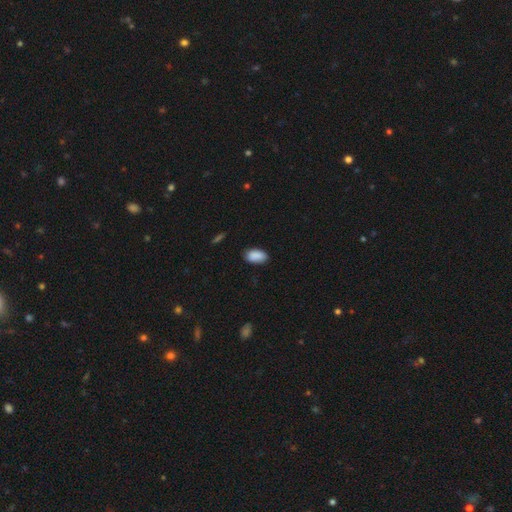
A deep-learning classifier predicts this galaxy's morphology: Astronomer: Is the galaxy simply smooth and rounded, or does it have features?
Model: smooth — 90%.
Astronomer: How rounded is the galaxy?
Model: in between — 94%.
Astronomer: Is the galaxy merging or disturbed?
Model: none — 82%.